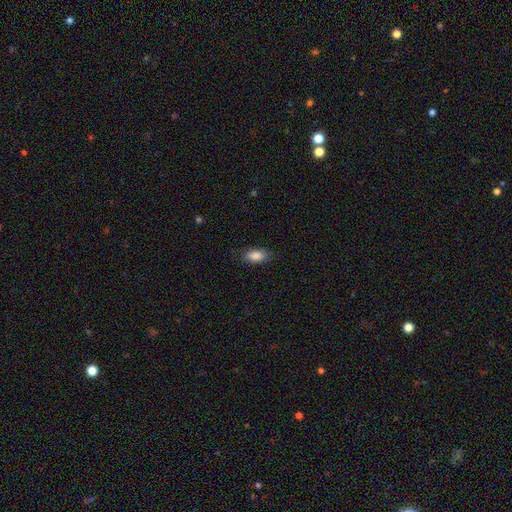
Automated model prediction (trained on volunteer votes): smooth 87%, star or artifact 7%, featured or disk 6%. Down the decision tree: how rounded — in between (90%); merging — none (83%).